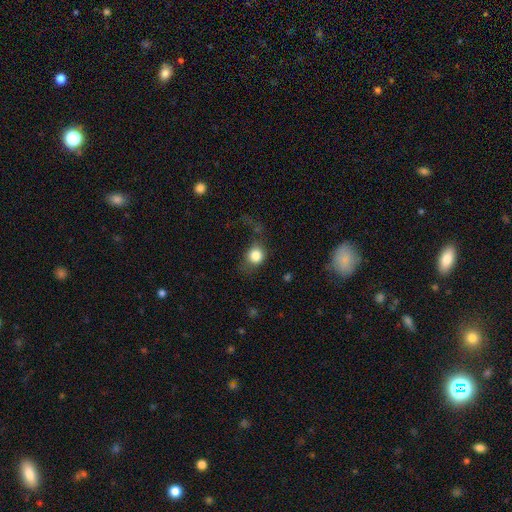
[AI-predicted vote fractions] The model was most divided on "merging": none: 47%, major disturbance: 25%, minor disturbance: 24%, merger: 4%. More confident: smooth or featured — smooth (81%); how rounded — round (72%).